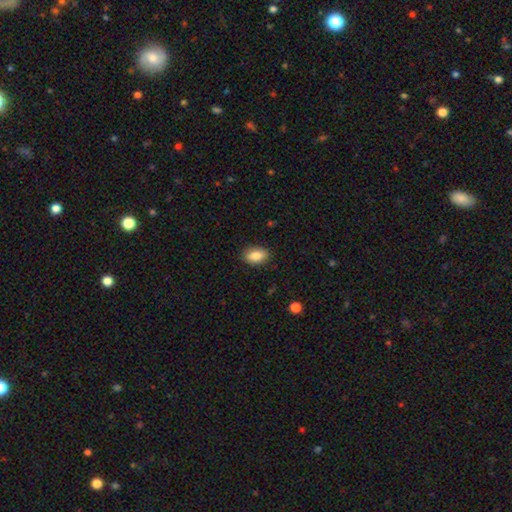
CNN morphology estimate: Smooth or featured? smooth (85%)
How rounded? in between (88%)
Merging? none (88%)